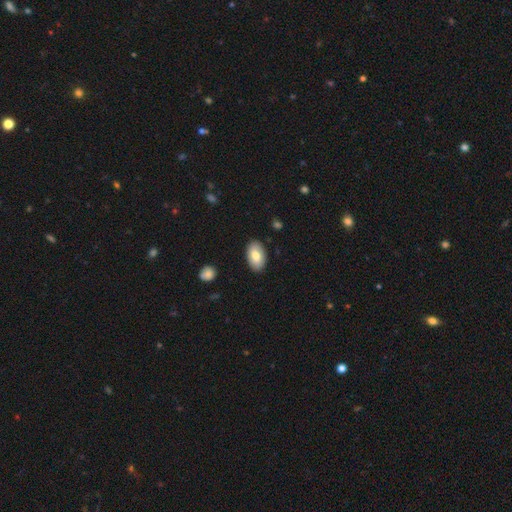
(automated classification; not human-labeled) Smooth or featured? smooth (78%)
How rounded? in between (95%)
Merging? none (87%)